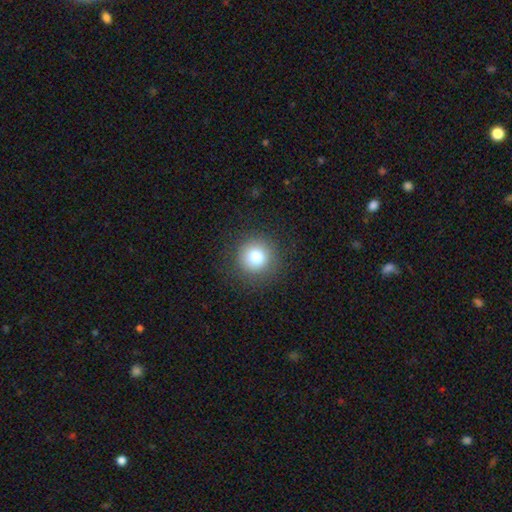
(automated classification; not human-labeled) Smooth or featured? smooth (79%)
How rounded? round (95%)
Merging? none (89%)